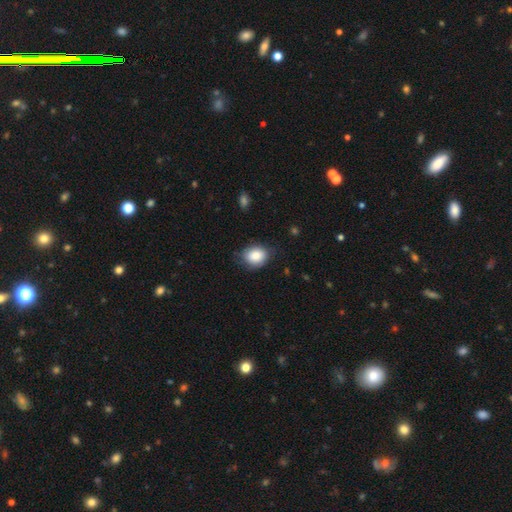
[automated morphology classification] Q: Smooth or featured?
A: smooth (84%); runner-up: featured or disk (9%)
Q: How rounded?
A: in between (55%); runner-up: round (44%)
Q: Merging?
A: none (72%); runner-up: minor disturbance (22%)